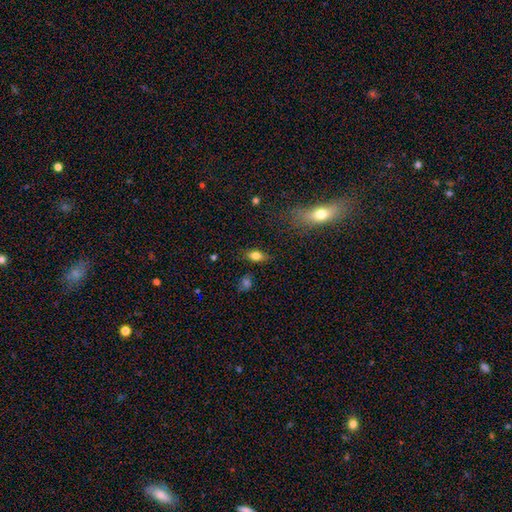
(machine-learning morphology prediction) A smooth galaxy with no disk features (77%) that is in between round and cigar-shaped (82%). Merging: none (79%).